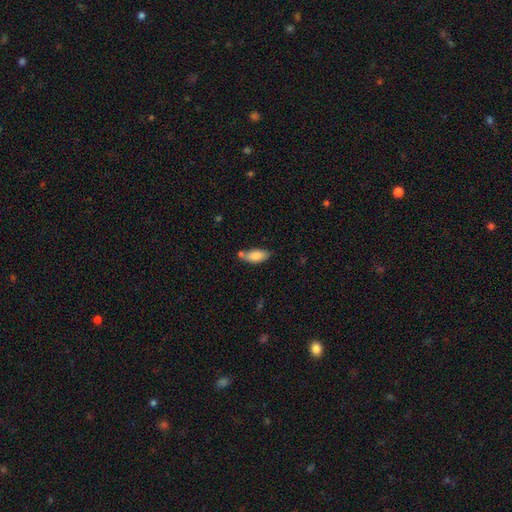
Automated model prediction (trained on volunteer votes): smooth 81%, featured or disk 12%, star or artifact 7%. Down the decision tree: how rounded — in between (84%); merging — none (56%).